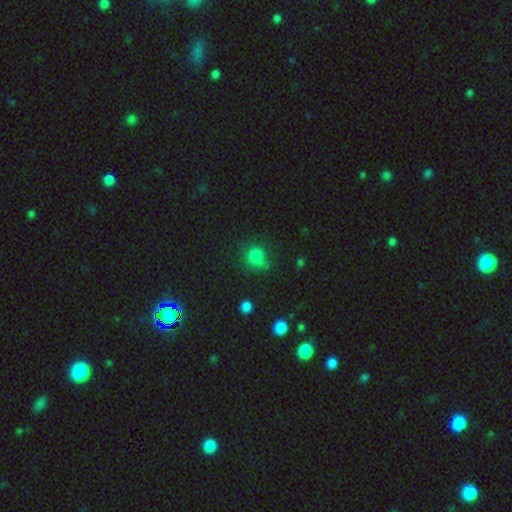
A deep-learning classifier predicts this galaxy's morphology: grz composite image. It shows a smooth galaxy with no disk features (75%) that is round (75%). Merging: none (52%).